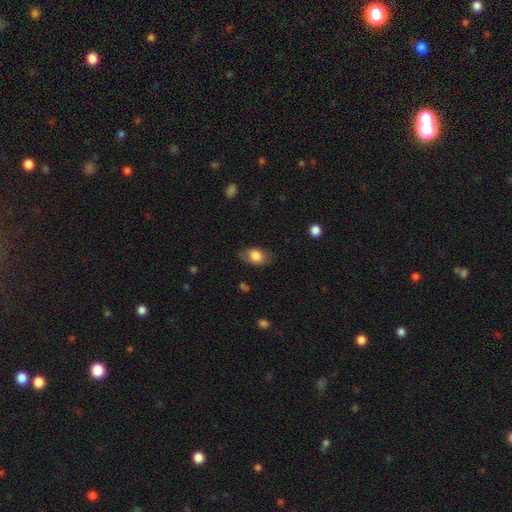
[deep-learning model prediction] This is likely a smooth galaxy (78%). How rounded: clearly in between (81%). Merging: likely none (71%).